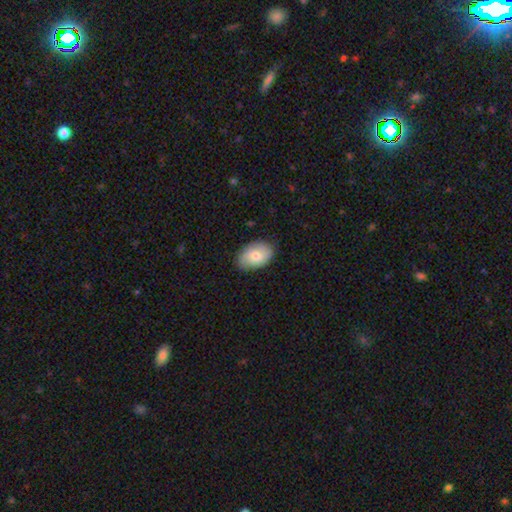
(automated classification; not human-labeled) smooth-or-featured: smooth: 72% | featured or disk: 21% | star or artifact: 6%
  how-rounded: in between: 89% | round: 10% | cigar-shaped: 1%
  merging: none: 81% | minor disturbance: 15% | major disturbance: 3% | merger: 1%